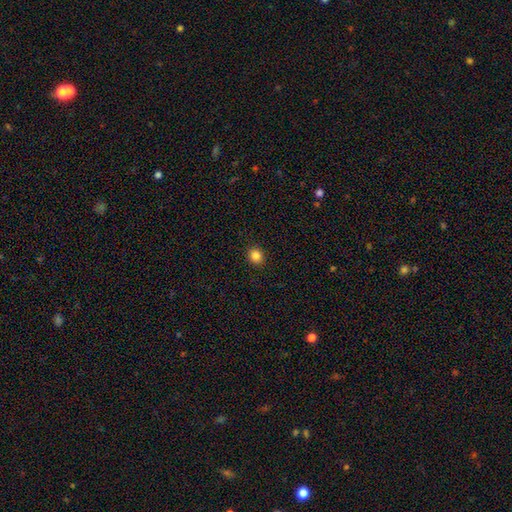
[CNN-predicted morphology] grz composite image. It shows a smooth galaxy with no disk features (84%) that is round (81%). Merging: none (92%).